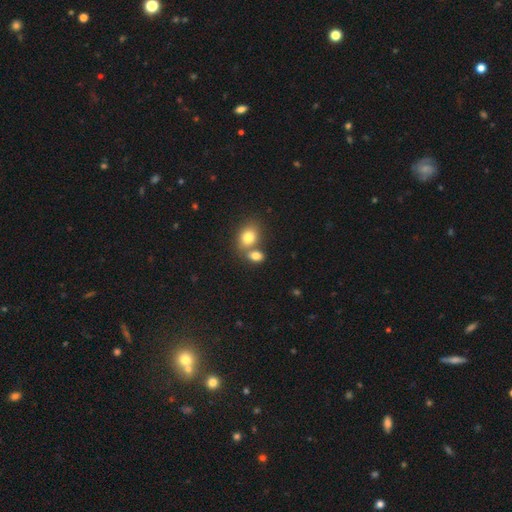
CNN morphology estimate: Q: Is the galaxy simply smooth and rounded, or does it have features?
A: smooth — 80%.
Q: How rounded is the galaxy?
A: in between — 70%.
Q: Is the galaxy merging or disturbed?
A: merger — 49%.